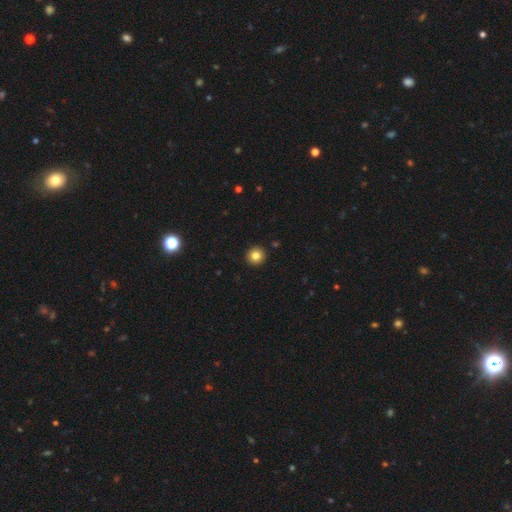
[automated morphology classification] smooth-or-featured: smooth: 83% | star or artifact: 11% | featured or disk: 7%
  how-rounded: round: 94% | in between: 5% | cigar-shaped: 1%
  merging: none: 93% | minor disturbance: 4% | major disturbance: 1% | merger: 1%